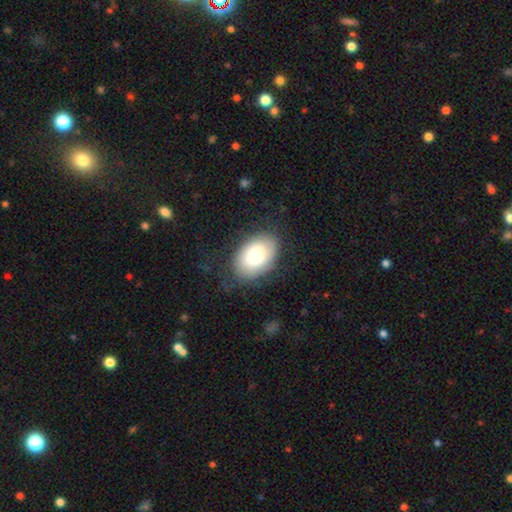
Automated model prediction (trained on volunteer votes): smooth-or-featured: smooth: 71% | featured or disk: 22% | star or artifact: 7%
  how-rounded: in between: 85% | round: 14% | cigar-shaped: 1%
  merging: none: 74% | minor disturbance: 17% | major disturbance: 7% | merger: 1%